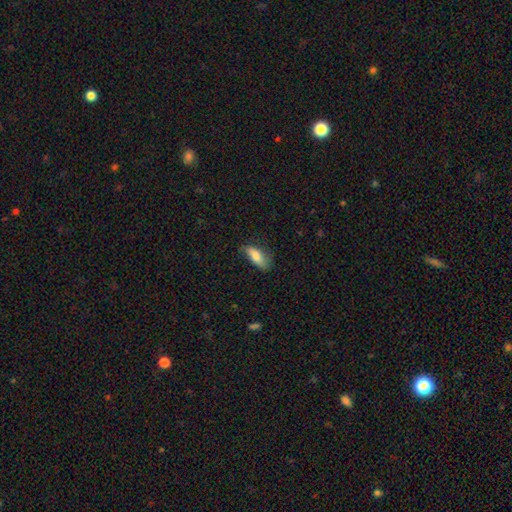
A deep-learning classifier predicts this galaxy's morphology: A smooth galaxy with no disk features (77%) that is in between round and cigar-shaped (76%).

Vote fractions:
- Smooth or featured? smooth: 77% / featured or disk: 16% / star or artifact: 7%
- How rounded? in between: 76% / cigar-shaped: 21% / round: 3%
- Merging? none: 60% / minor disturbance: 29% / major disturbance: 9% / merger: 2%